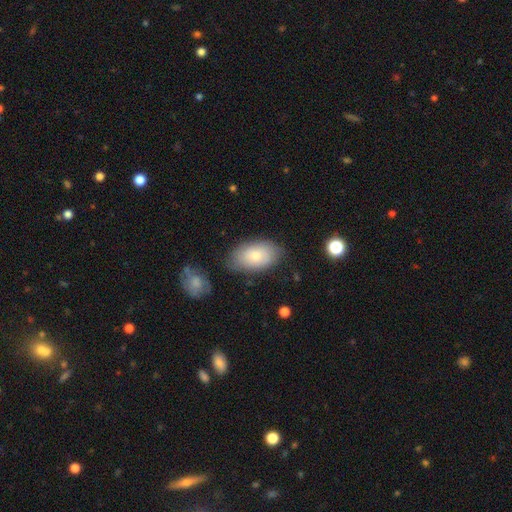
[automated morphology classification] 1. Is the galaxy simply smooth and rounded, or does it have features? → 72% smooth, 21% featured or disk, 6% star or artifact.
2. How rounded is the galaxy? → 93% in between, 6% round, 2% cigar-shaped.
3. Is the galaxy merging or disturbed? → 75% none, 18% minor disturbance, 4% major disturbance, 3% merger.